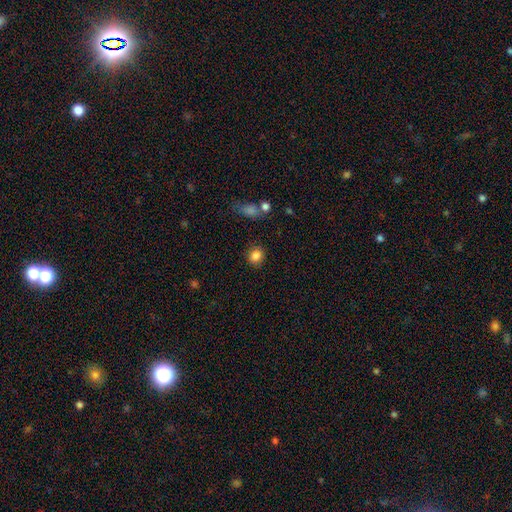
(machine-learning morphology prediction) type=smooth (85%); roundness=round (71%); merging=none (86%).